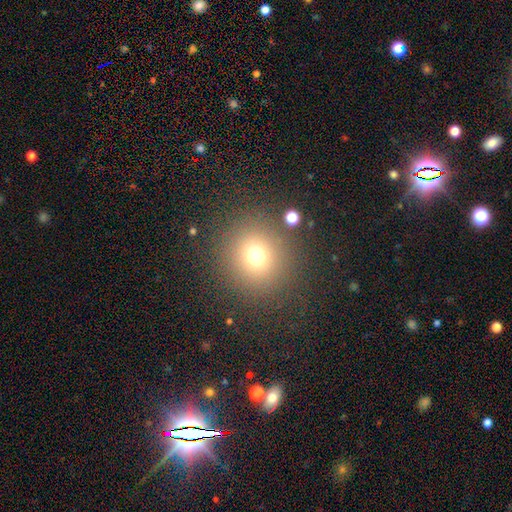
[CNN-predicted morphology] Smooth or featured? Predicted: smooth (p=0.71). How rounded? Predicted: round (p=0.92). Merging? Predicted: none (p=0.86).